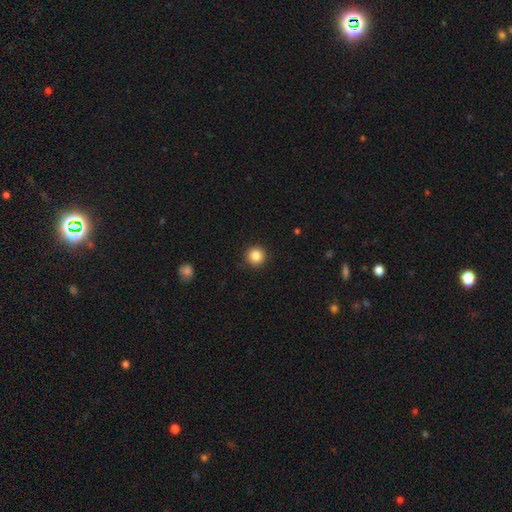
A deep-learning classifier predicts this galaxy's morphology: Smooth or featured? smooth (86%)
How rounded? round (96%)
Merging? none (92%)